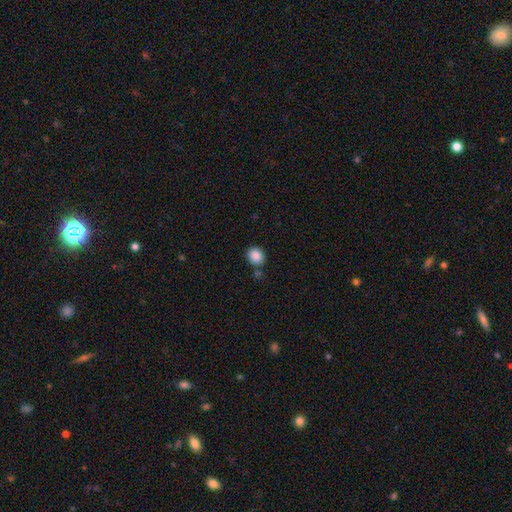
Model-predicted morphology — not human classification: smooth_or_featured: smooth (p=0.88) [alt: star or artifact p=0.09]
how_rounded: round (p=0.70) [alt: in between p=0.29]
merging: none (p=0.75) [alt: minor disturbance p=0.12]